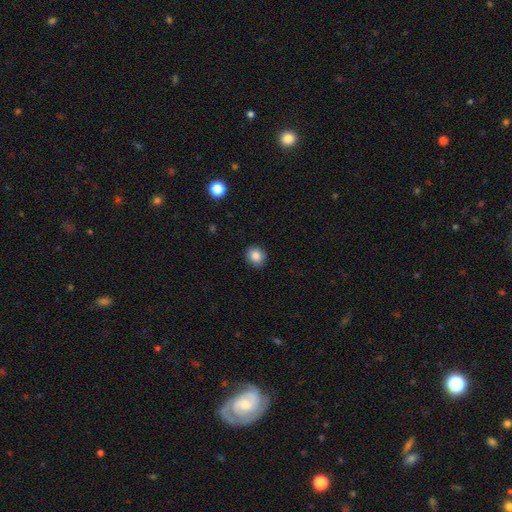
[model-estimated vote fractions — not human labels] A smooth galaxy with no disk features (86%) that is round (74%).

Vote fractions:
- Smooth or featured? smooth: 86% / star or artifact: 9% / featured or disk: 4%
- How rounded? round: 74% / in between: 25% / cigar-shaped: 1%
- Merging? none: 88% / minor disturbance: 9% / major disturbance: 2% / merger: 1%